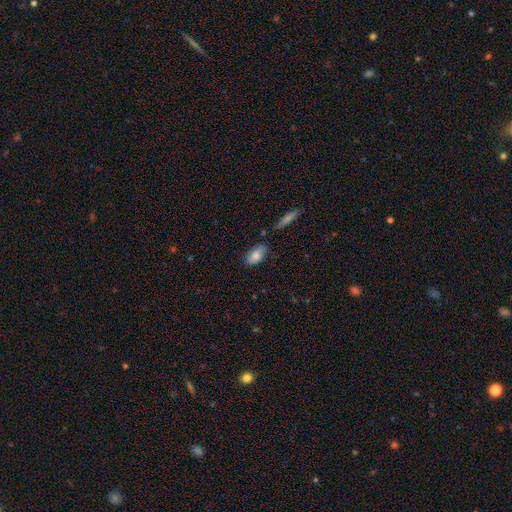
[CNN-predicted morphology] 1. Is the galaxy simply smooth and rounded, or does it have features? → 82% smooth, 11% featured or disk, 7% star or artifact.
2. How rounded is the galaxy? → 91% in between, 4% round, 4% cigar-shaped.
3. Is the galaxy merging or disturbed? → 73% none, 18% minor disturbance, 5% merger, 4% major disturbance.